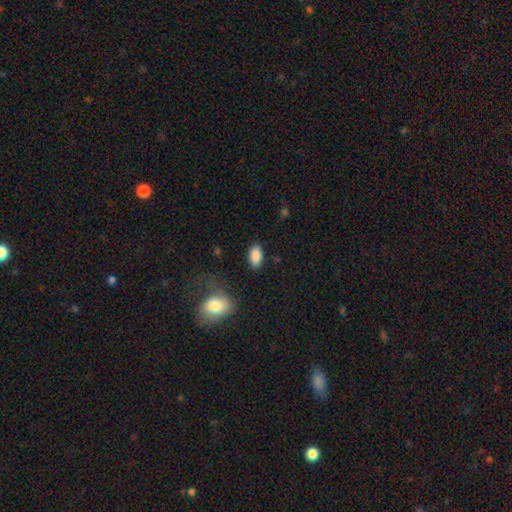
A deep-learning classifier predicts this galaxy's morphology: Smooth or featured? smooth (88%)
How rounded? in between (93%)
Merging? none (85%)